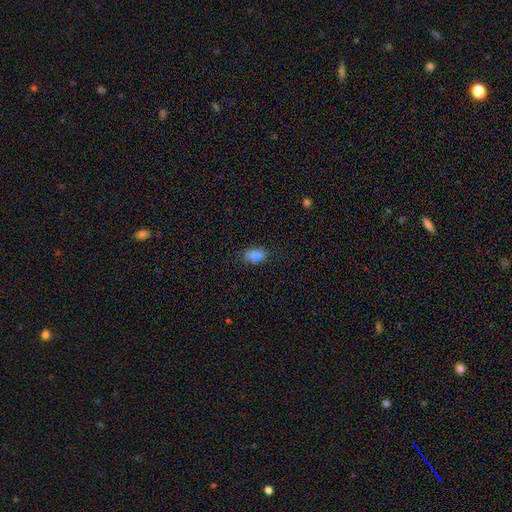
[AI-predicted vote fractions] Q: Smooth or featured?
A: smooth (84%); runner-up: star or artifact (9%)
Q: How rounded?
A: in between (84%); runner-up: round (13%)
Q: Merging?
A: none (80%); runner-up: minor disturbance (16%)